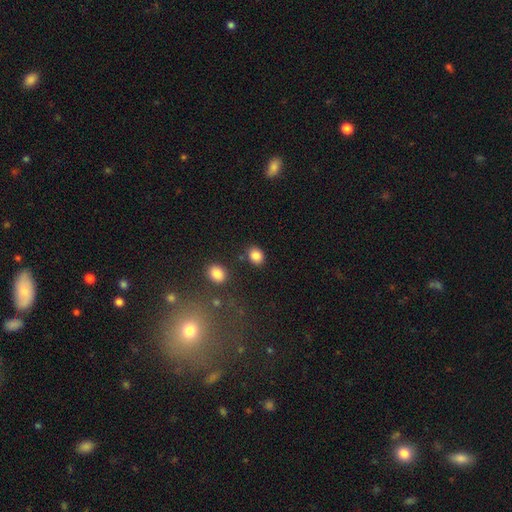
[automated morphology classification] Smooth or featured?
  - smooth: 85% *
  - star or artifact: 10%
  - featured or disk: 5%
How rounded?
  - in between: 52% *
  - round: 47%
  - cigar-shaped: 1%
Merging?
  - none: 81% *
  - minor disturbance: 11%
  - merger: 6%
  - major disturbance: 3%